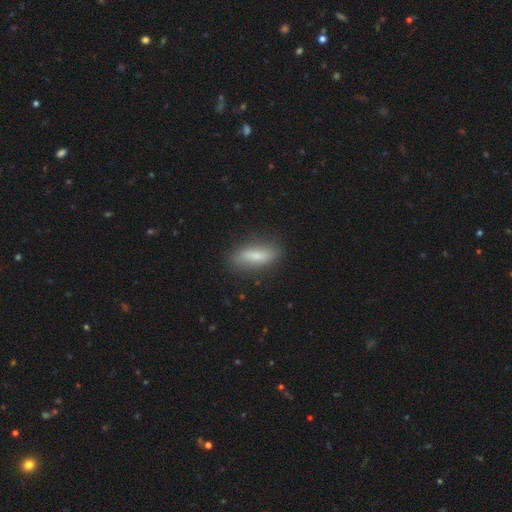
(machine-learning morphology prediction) smooth 69%, featured or disk 24%, star or artifact 7%. Down the decision tree: how rounded — in between (50%); merging — none (83%).